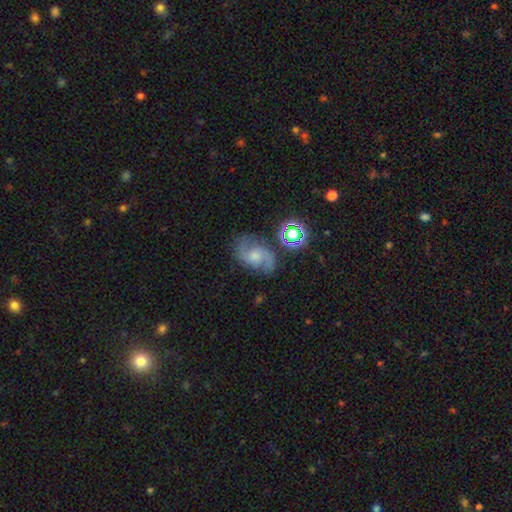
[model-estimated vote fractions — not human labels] Smooth or featured? Predicted: featured or disk (p=0.72). Edge-on disk? Predicted: no (p=0.97). Bar? Predicted: no (p=0.57). Spiral arms? Predicted: yes (p=0.95). Spiral winding? Predicted: medium (p=0.45). Spiral arm count? Predicted: 2 (p=0.89). Bulge size? Predicted: small (p=0.43). Merging? Predicted: none (p=0.70).